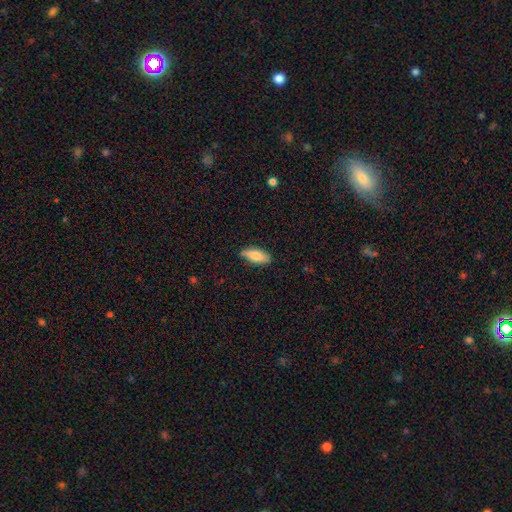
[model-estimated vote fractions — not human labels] A smooth galaxy with no disk features (78%) that is in between round and cigar-shaped (69%).

Vote fractions:
- Smooth or featured? smooth: 78% / featured or disk: 16% / star or artifact: 6%
- How rounded? in between: 69% / cigar-shaped: 29% / round: 2%
- Merging? none: 81% / minor disturbance: 15% / major disturbance: 2% / merger: 1%